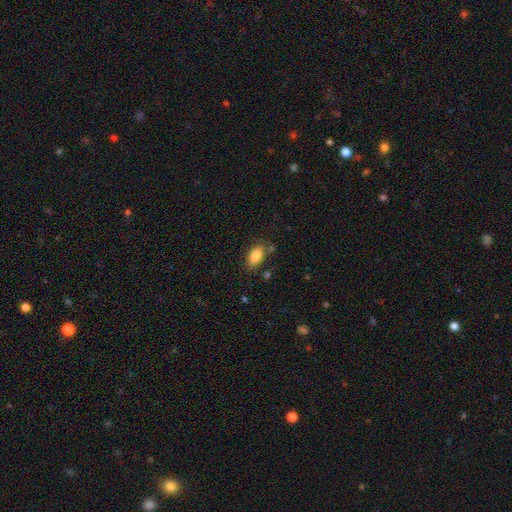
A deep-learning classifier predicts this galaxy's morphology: smooth 85%, star or artifact 8%, featured or disk 7%. Down the decision tree: how rounded — in between (92%); merging — none (75%).